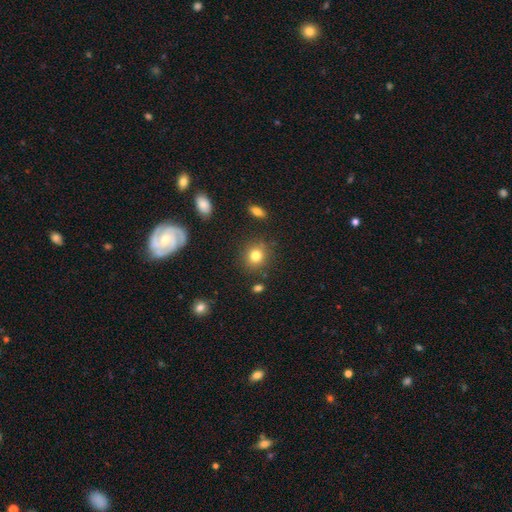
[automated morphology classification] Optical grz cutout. It shows a smooth galaxy with no disk features (80%) that is round (83%). Merging: none (85%).